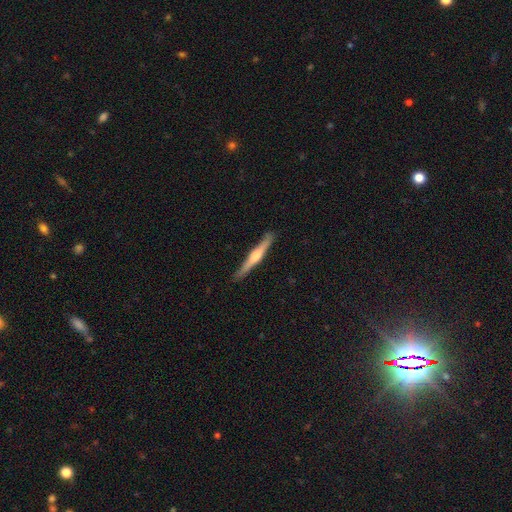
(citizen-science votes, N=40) Smooth or featured: featured or disk — 72% (smooth — 25%)
Edge-on disk: yes — 97% (no — 3%)
Edge-on bulge: rounded — 100%
Merging: none — 82% (minor disturbance — 18%)